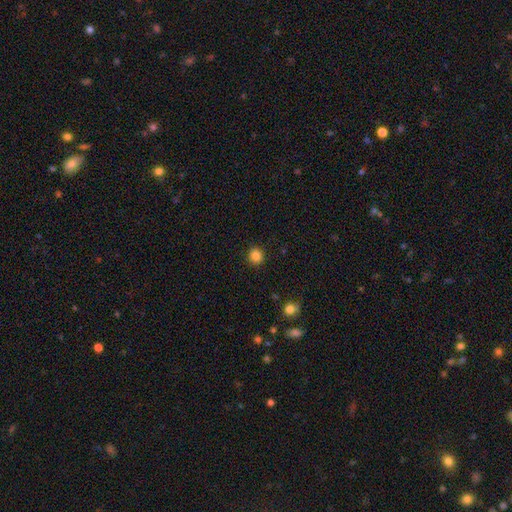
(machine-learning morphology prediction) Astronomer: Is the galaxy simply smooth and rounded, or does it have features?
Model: smooth — 85%.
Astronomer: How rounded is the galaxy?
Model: round — 84%.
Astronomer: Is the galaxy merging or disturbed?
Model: none — 90%.